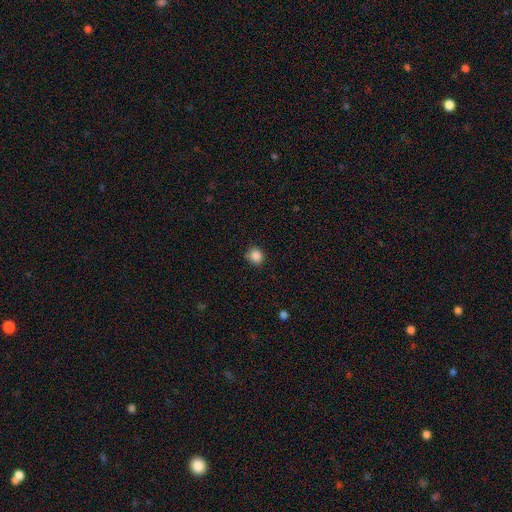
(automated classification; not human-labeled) Smooth or featured?
  - smooth: 86% *
  - star or artifact: 10%
  - featured or disk: 4%
How rounded?
  - round: 79% *
  - in between: 20%
  - cigar-shaped: 1%
Merging?
  - none: 76% *
  - minor disturbance: 17%
  - major disturbance: 3%
  - merger: 3%